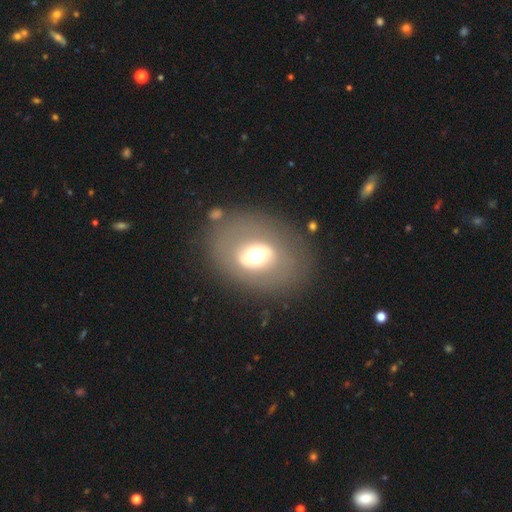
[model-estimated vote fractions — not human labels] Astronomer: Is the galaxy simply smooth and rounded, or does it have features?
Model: smooth — 46% (runner-up: featured or disk, 42%).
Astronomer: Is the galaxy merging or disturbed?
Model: none — 77%.